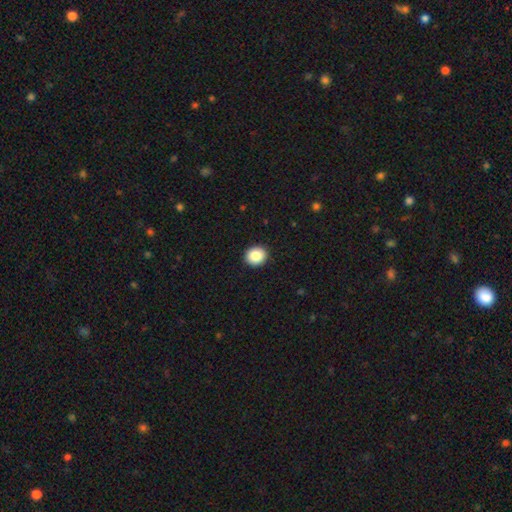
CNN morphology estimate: A smooth galaxy with no disk features (86%) that is round (82%).

Vote fractions:
- Smooth or featured? smooth: 86% / star or artifact: 9% / featured or disk: 5%
- How rounded? round: 82% / in between: 17% / cigar-shaped: 1%
- Merging? none: 93% / minor disturbance: 5% / major disturbance: 2% / merger: 1%